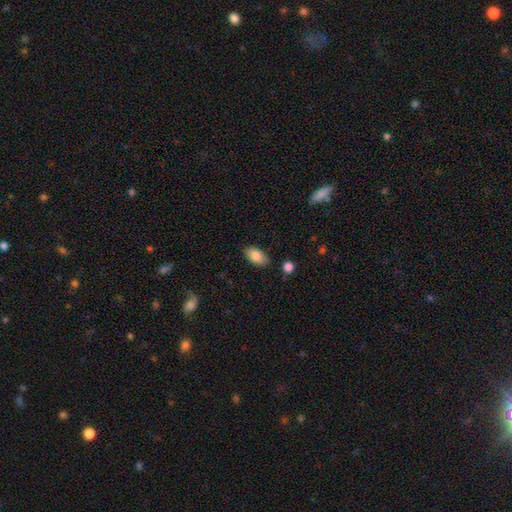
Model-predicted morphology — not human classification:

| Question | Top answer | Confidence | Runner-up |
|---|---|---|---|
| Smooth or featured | smooth | 86% | featured or disk (8%) |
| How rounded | in between | 94% | round (4%) |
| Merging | none | 83% | minor disturbance (12%) |